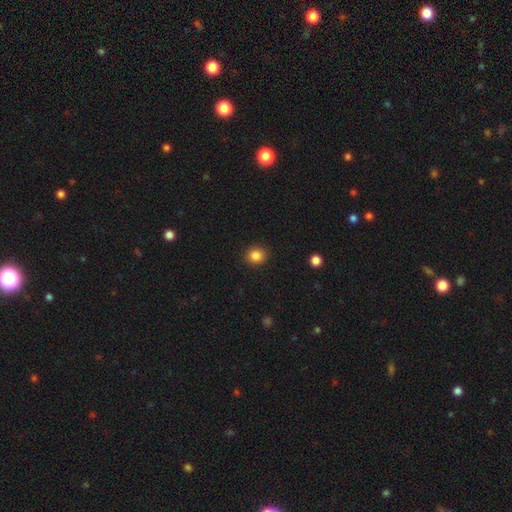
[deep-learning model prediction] The model was most divided on "how rounded": round: 82%, in between: 17%, cigar-shaped: 1%. More confident: merging — none (91%); smooth or featured — smooth (86%).